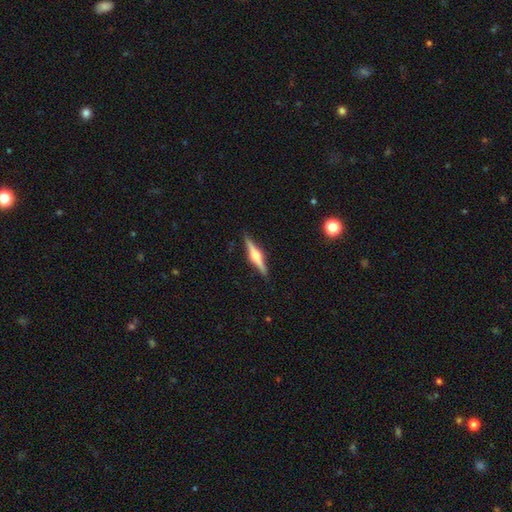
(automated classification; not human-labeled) featured or disk 77%, smooth 18%, star or artifact 5%. Down the decision tree: edge-on disk — yes (98%); edge-on bulge — rounded (93%); merging — none (91%).